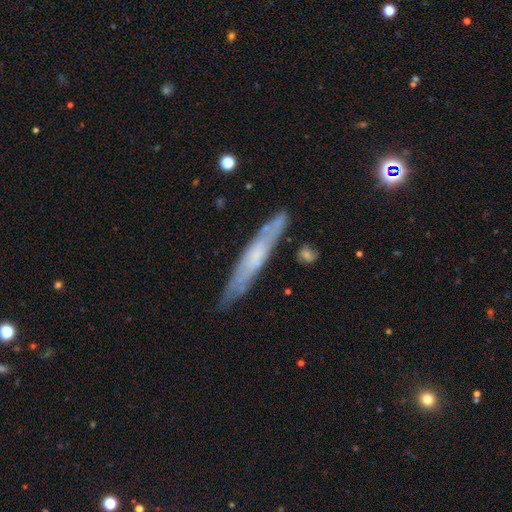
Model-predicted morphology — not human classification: featured or disk 56%, smooth 37%, star or artifact 7%. Down the decision tree: edge-on disk — yes (76%); merging — none (79%).